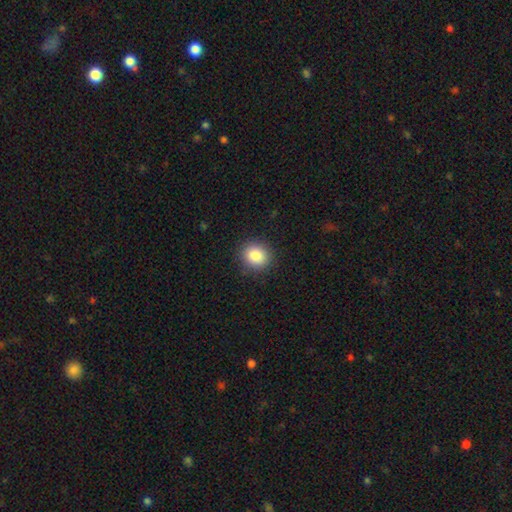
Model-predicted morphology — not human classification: Overall: smooth (86%). How rounded: round (80%). Merging: none (90%).